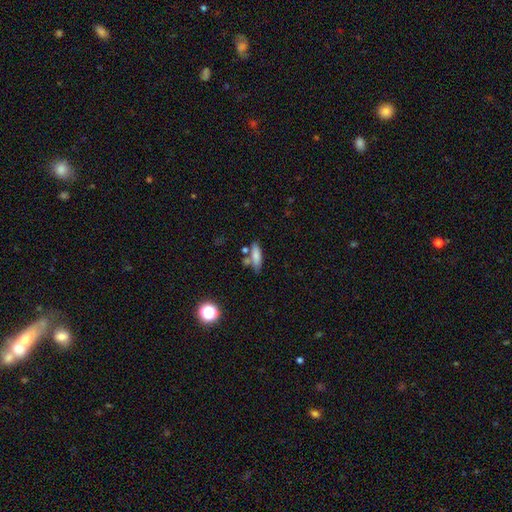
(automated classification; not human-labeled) Morphology: type=smooth (78%); roundness=in between (51%); merging=none (60%).